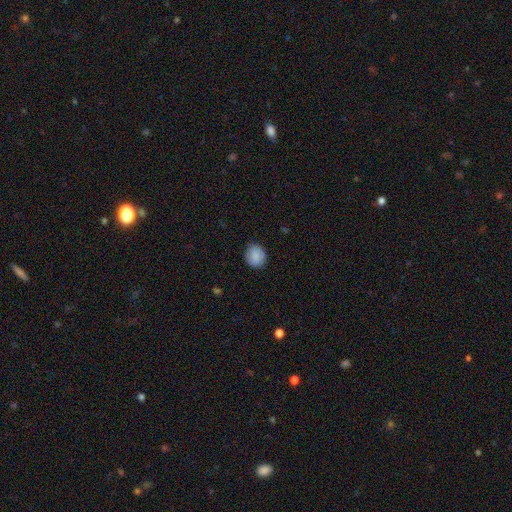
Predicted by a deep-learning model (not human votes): The model was most divided on "how rounded": round: 72%, in between: 27%, cigar-shaped: 1%. More confident: smooth or featured — smooth (87%); merging — none (86%).